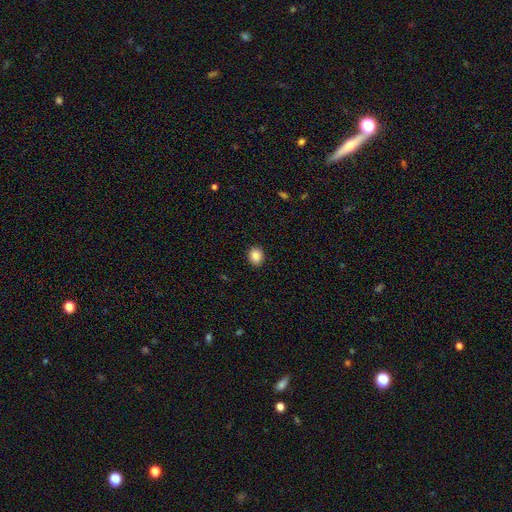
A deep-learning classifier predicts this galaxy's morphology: This is clearly a smooth galaxy (87%). How rounded: likely round (70%). Merging: clearly none (91%).